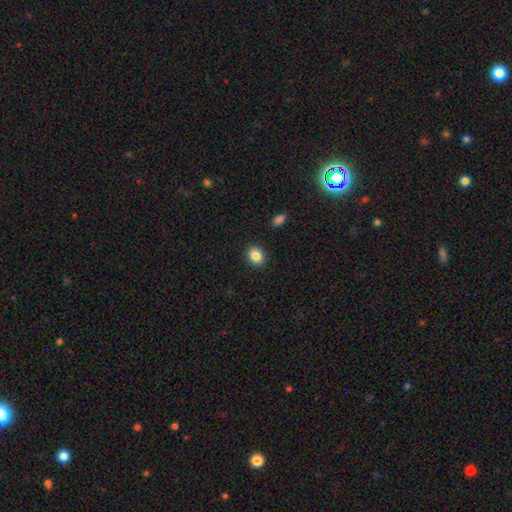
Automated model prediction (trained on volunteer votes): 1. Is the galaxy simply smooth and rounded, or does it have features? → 86% smooth, 9% star or artifact, 5% featured or disk.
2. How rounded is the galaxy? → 54% round, 45% in between, 1% cigar-shaped.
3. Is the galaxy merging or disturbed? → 90% none, 6% minor disturbance, 2% major disturbance, 1% merger.